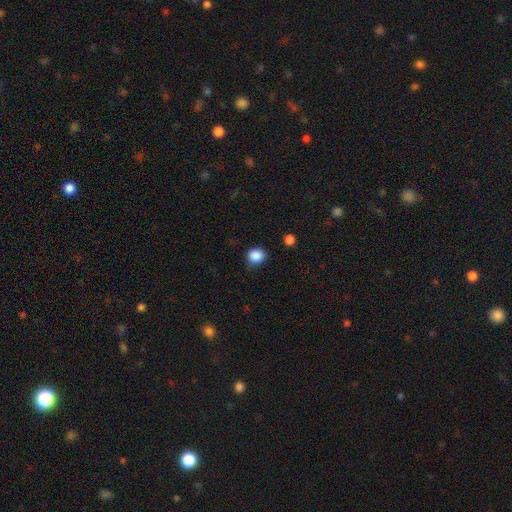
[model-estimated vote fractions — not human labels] Smooth or featured?
  - smooth: 87% *
  - star or artifact: 10%
  - featured or disk: 3%
How rounded?
  - round: 77% *
  - in between: 23%
  - cigar-shaped: 1%
Merging?
  - none: 74% *
  - minor disturbance: 19%
  - major disturbance: 4%
  - merger: 2%